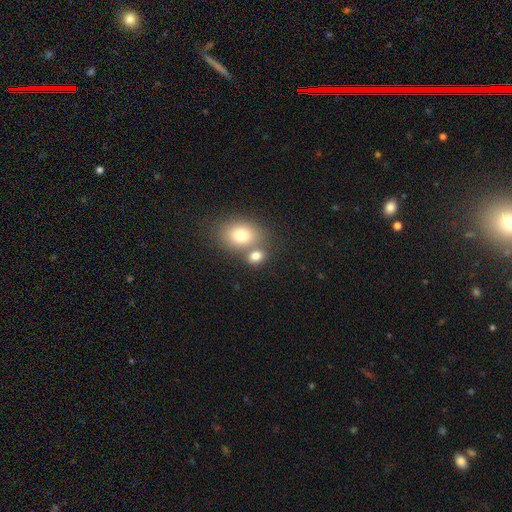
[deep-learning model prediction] Q: Smooth or featured?
A: smooth (77%); runner-up: featured or disk (11%)
Q: How rounded?
A: in between (56%); runner-up: round (43%)
Q: Merging?
A: none (46%); runner-up: merger (41%)